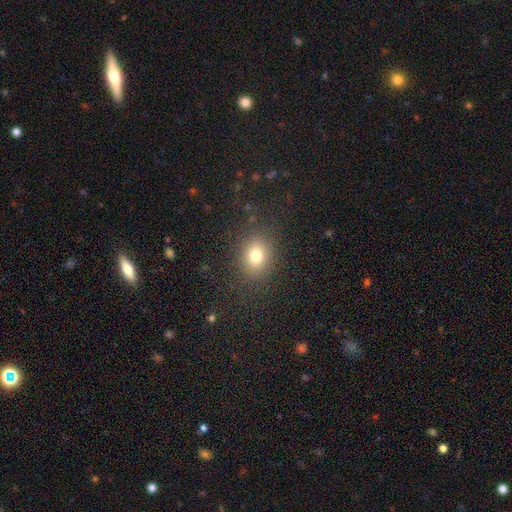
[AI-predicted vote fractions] This appears to be a smooth galaxy with no disk features (77%) that is in between round and cigar-shaped (50%). Merging: none (85%).